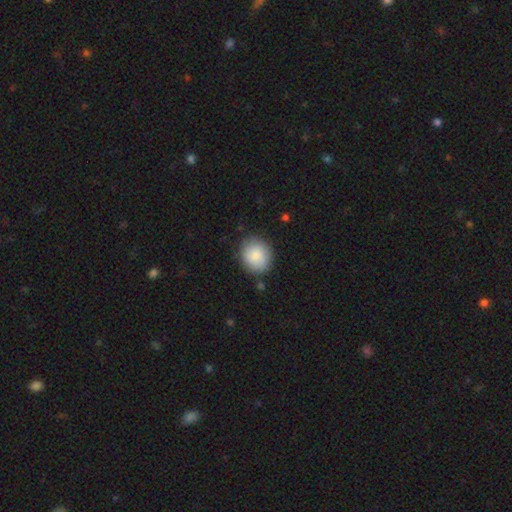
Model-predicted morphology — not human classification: A smooth galaxy with no disk features (84%) that is round (79%).

Vote fractions:
- Smooth or featured? smooth: 84% / featured or disk: 9% / star or artifact: 7%
- How rounded? round: 79% / in between: 20% / cigar-shaped: 1%
- Merging? none: 83% / minor disturbance: 12% / major disturbance: 3% / merger: 2%